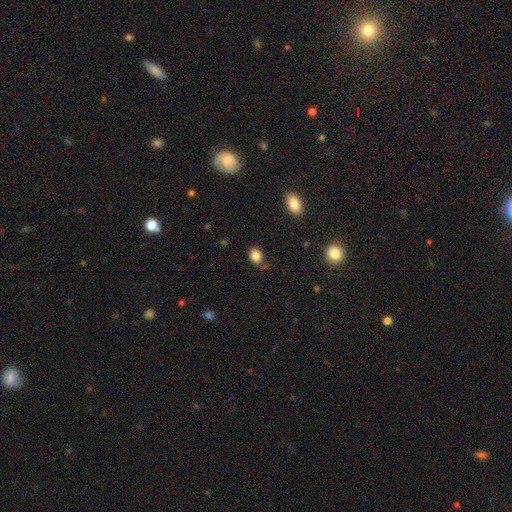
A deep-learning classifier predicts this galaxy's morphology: Smooth or featured? smooth (85%)
How rounded? in between (61%)
Merging? none (65%)